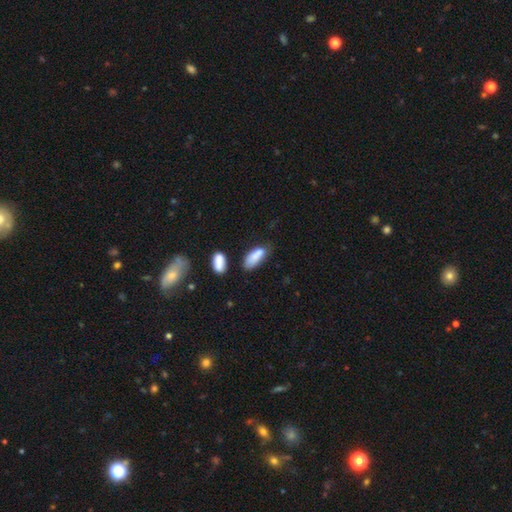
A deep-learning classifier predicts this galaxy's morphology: This is clearly a smooth galaxy (82%). How rounded: likely in between (76%). Merging: possibly none (46%).